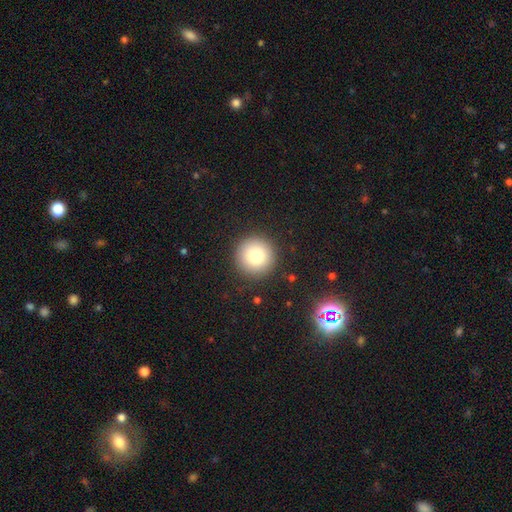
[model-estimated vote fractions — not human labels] This appears to be a smooth galaxy with no disk features (82%) that is round (96%). Merging: none (91%).